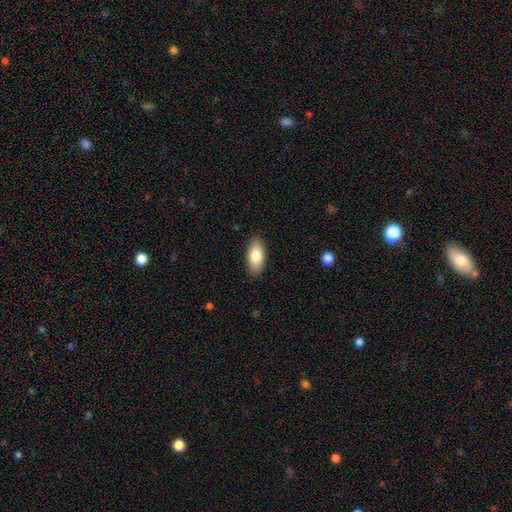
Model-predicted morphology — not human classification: Overall: smooth (81%). How rounded: in between (89%). Merging: none (89%).